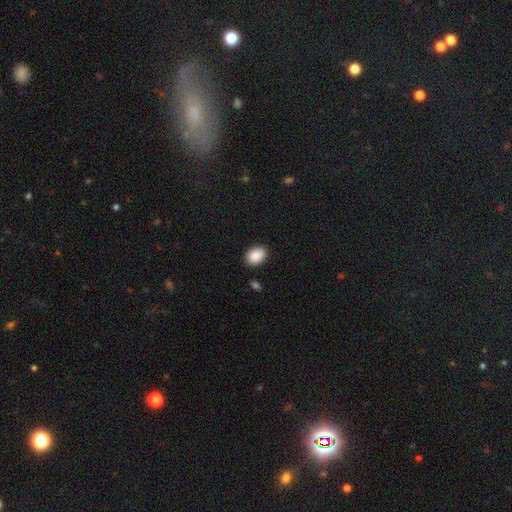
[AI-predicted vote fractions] smooth 90%, star or artifact 7%, featured or disk 3%. Down the decision tree: how rounded — in between (84%); merging — none (86%).